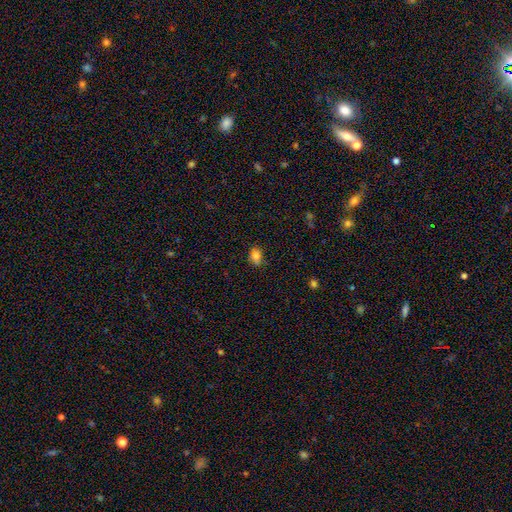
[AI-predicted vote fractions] Smooth or featured?
  - smooth: 82% *
  - star or artifact: 11%
  - featured or disk: 7%
How rounded?
  - in between: 62% *
  - round: 37%
  - cigar-shaped: 1%
Merging?
  - none: 77% *
  - minor disturbance: 18%
  - major disturbance: 3%
  - merger: 2%